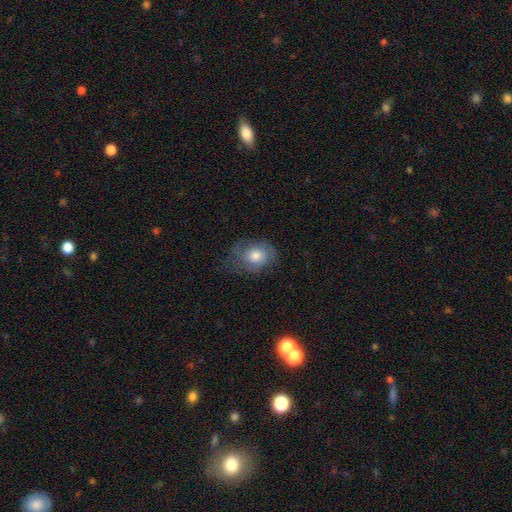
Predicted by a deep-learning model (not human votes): A smooth galaxy with no disk features (55%) that is in between round and cigar-shaped (61%). Merging: none (50%).